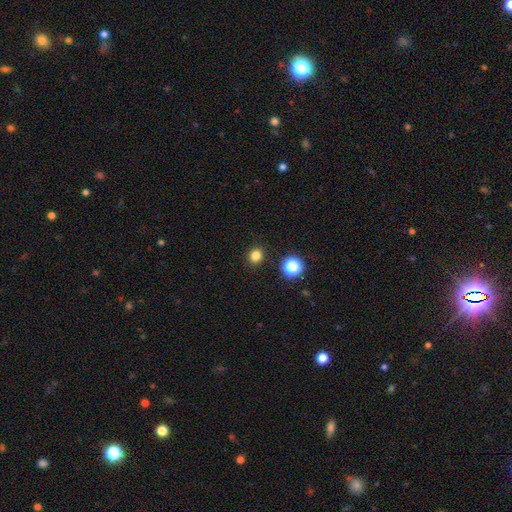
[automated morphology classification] smooth 80%, star or artifact 15%, featured or disk 4%. Down the decision tree: how rounded — round (79%); merging — none (91%).